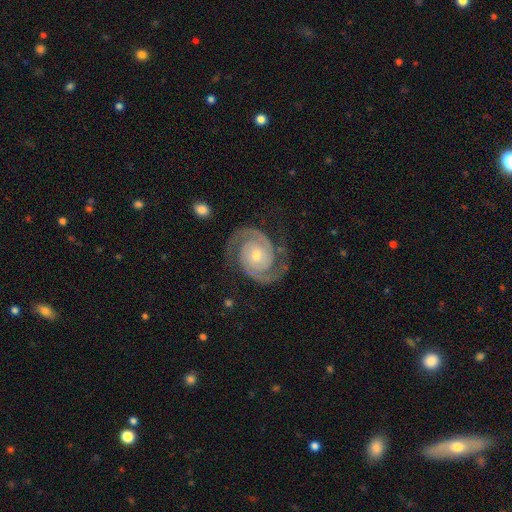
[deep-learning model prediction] Smooth or featured? featured or disk (93%)
Edge-on disk? no (98%)
Bar? no (76%)
Spiral arms? yes (99%)
Spiral winding? tight (62%)
Spiral arm count? 2 (94%)
Bulge size? small (48%, tied with moderate)
Merging? none (84%)